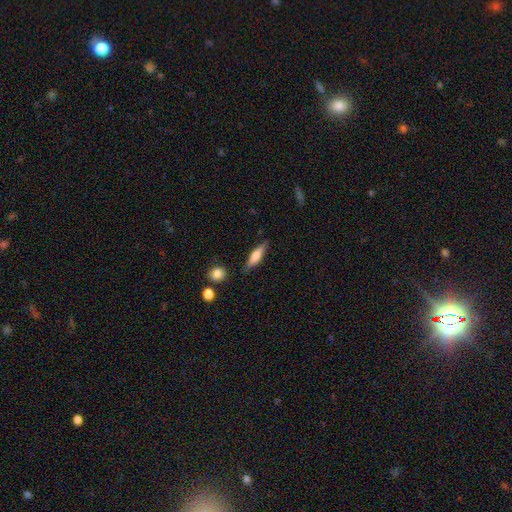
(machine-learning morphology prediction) Overall: smooth (59%; featured or disk 34%). How rounded: cigar-shaped (62%; in between 35%). Merging: none (81%).